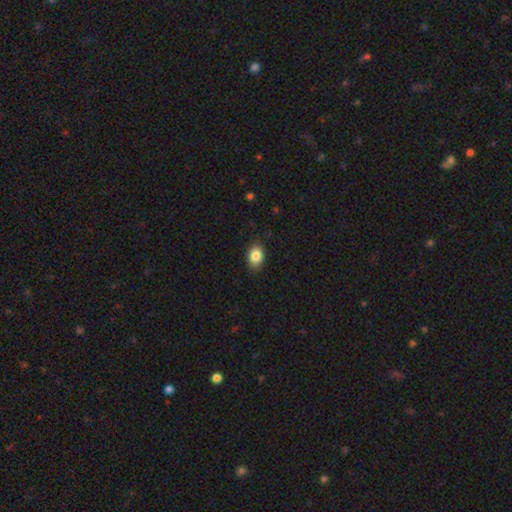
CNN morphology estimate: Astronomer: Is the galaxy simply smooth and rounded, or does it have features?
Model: smooth — 86%.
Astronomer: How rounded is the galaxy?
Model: in between — 80%.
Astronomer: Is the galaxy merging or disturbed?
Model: none — 85%.